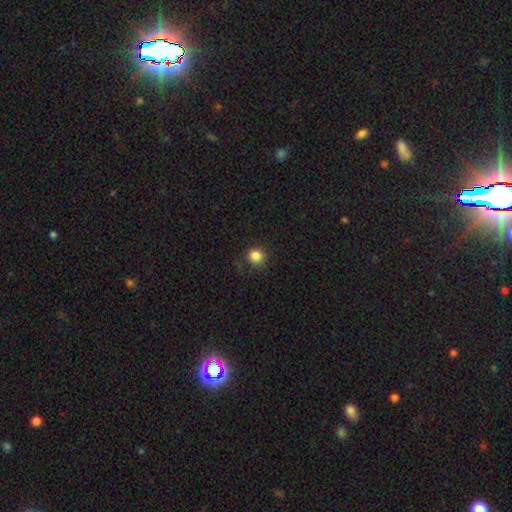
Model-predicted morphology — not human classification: smooth_or_featured: smooth (p=0.85) [alt: star or artifact p=0.12]
how_rounded: round (p=0.91) [alt: in between p=0.08]
merging: none (p=0.86) [alt: minor disturbance p=0.10]